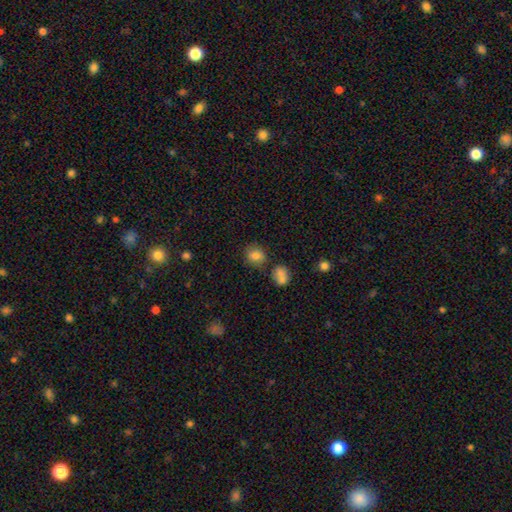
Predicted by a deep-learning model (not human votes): The model was most divided on "how rounded": round: 66%, in between: 33%, cigar-shaped: 1%. More confident: smooth or featured — smooth (81%); merging — none (72%).